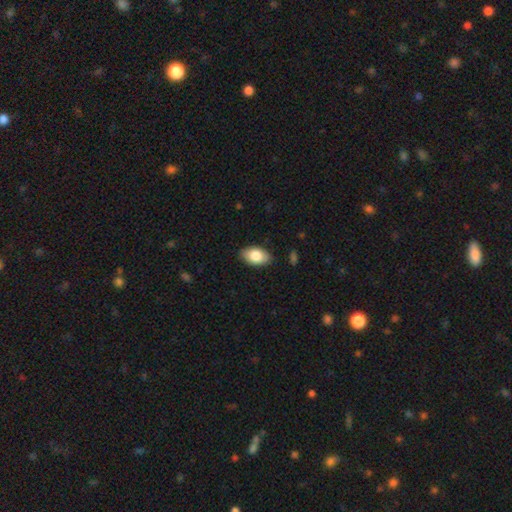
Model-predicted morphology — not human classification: The model was most divided on "smooth or featured": smooth: 83%, featured or disk: 10%, star or artifact: 6%. More confident: how rounded — in between (93%); merging — none (86%).